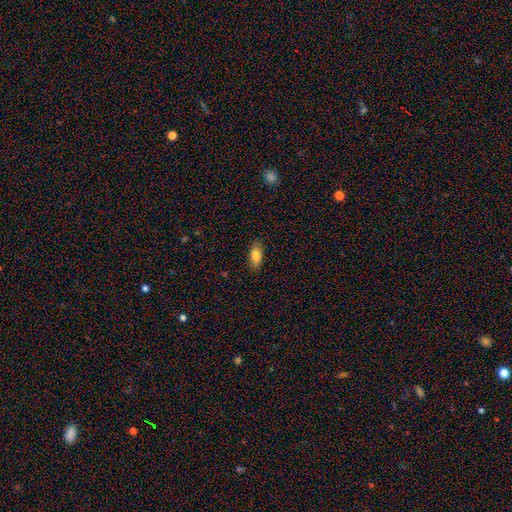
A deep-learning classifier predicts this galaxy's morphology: A smooth galaxy with no disk features (82%) that is in between round and cigar-shaped (85%). Merging: none (86%).